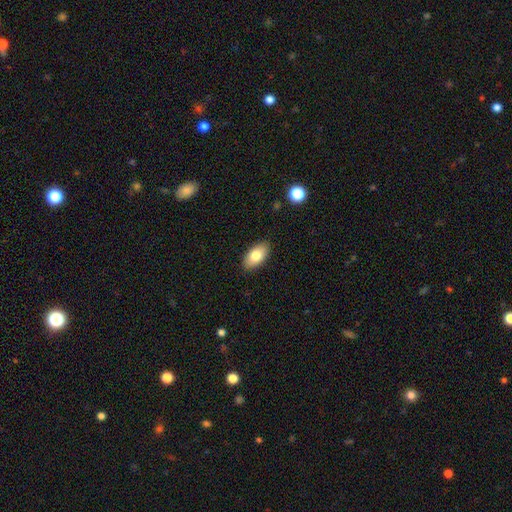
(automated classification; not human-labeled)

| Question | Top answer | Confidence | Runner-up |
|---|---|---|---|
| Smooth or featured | smooth | 80% | featured or disk (13%) |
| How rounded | in between | 94% | round (4%) |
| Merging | none | 88% | minor disturbance (9%) |